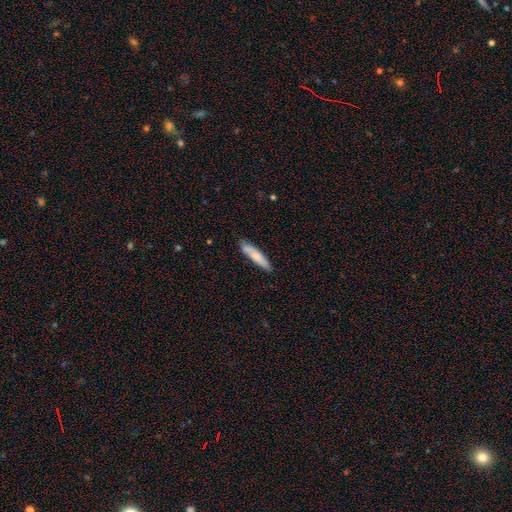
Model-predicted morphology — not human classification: This appears to be a smooth galaxy with no disk features (75%) that is cigar-shaped (82%). Merging: none (80%).